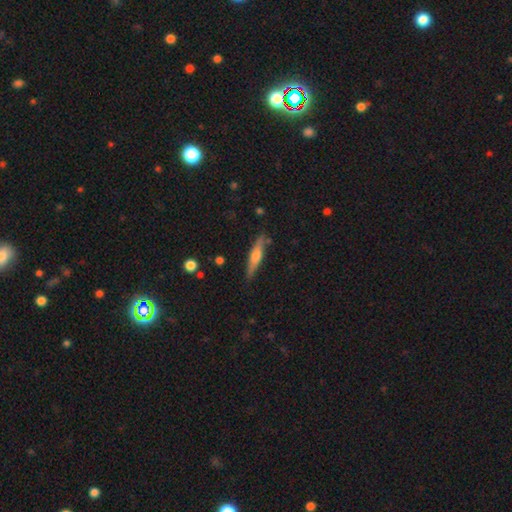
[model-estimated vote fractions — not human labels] This appears to be a featured or disk galaxy (53%) viewed edge-on (95%) with a rounded central bulge (83%). Merging: none (84%).